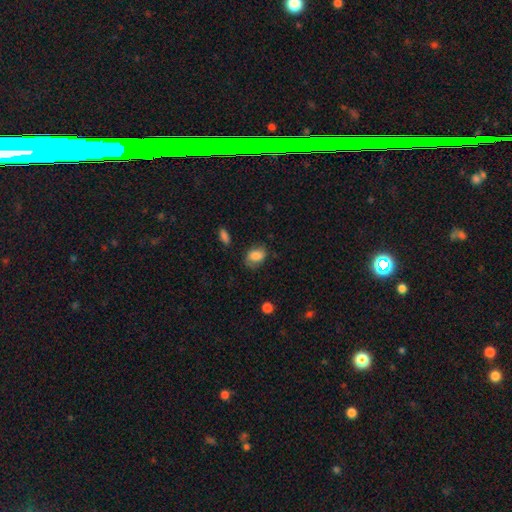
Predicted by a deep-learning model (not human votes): Smooth or featured? Predicted: smooth (p=0.81). How rounded? Predicted: in between (p=0.75). Merging? Predicted: none (p=0.66).